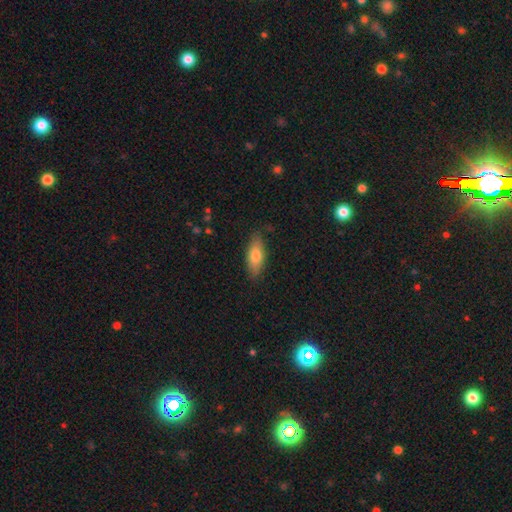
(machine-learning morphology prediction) A smooth galaxy with no disk features (74%) that is in between round and cigar-shaped (77%).

Vote fractions:
- Smooth or featured? smooth: 74% / featured or disk: 20% / star or artifact: 6%
- How rounded? in between: 77% / cigar-shaped: 20% / round: 3%
- Merging? none: 83% / minor disturbance: 13% / major disturbance: 2% / merger: 1%